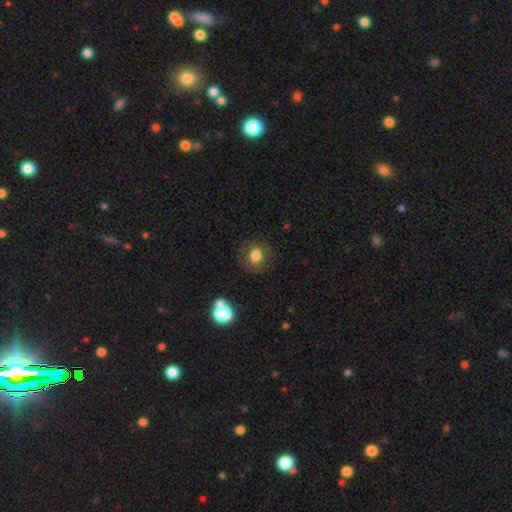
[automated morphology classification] Smooth or featured: smooth — 77% (featured or disk — 13%)
How rounded: round — 72% (in between — 27%)
Merging: none — 81% (minor disturbance — 11%)